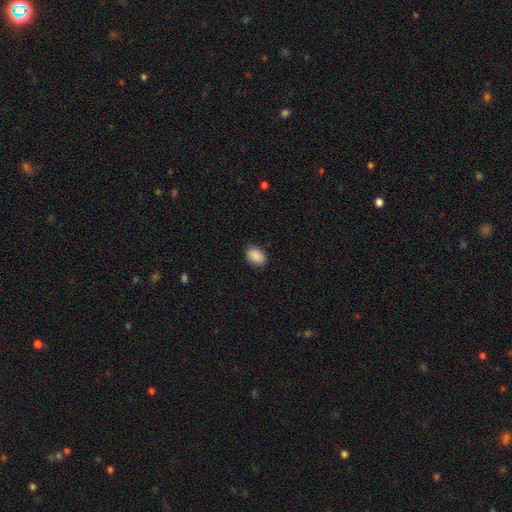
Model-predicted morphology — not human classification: Q: Smooth or featured?
A: smooth (90%); runner-up: star or artifact (7%)
Q: How rounded?
A: in between (83%); runner-up: round (16%)
Q: Merging?
A: none (86%); runner-up: minor disturbance (11%)